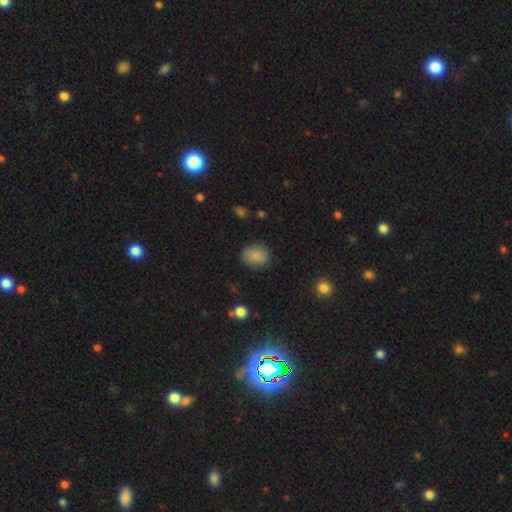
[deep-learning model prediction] Smooth or featured?
  - smooth: 85% *
  - star or artifact: 9%
  - featured or disk: 6%
How rounded?
  - round: 56% *
  - in between: 43%
  - cigar-shaped: 1%
Merging?
  - none: 83% *
  - minor disturbance: 12%
  - major disturbance: 3%
  - merger: 1%